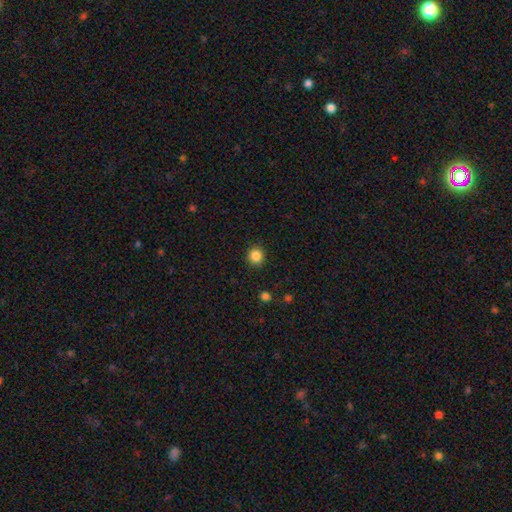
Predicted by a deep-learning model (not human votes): Smooth or featured: smooth — 86% (star or artifact — 11%)
How rounded: round — 90% (in between — 9%)
Merging: none — 91% (minor disturbance — 6%)